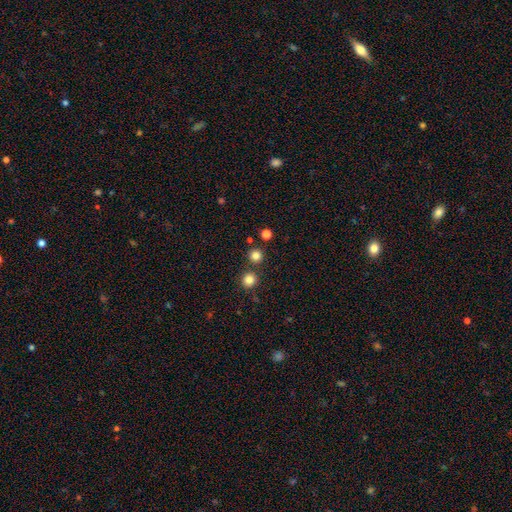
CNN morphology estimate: Q: Smooth or featured?
A: smooth (81%); runner-up: star or artifact (15%)
Q: How rounded?
A: round (93%); runner-up: in between (6%)
Q: Merging?
A: none (82%); runner-up: merger (10%)